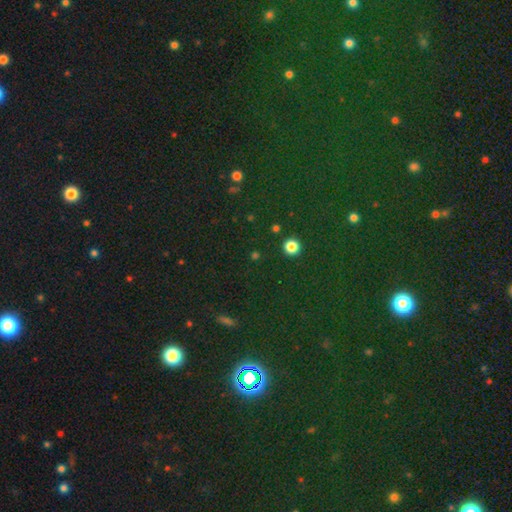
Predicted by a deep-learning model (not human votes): Smooth or featured?
  - star or artifact: 50% *
  - smooth: 44%
  - featured or disk: 6%